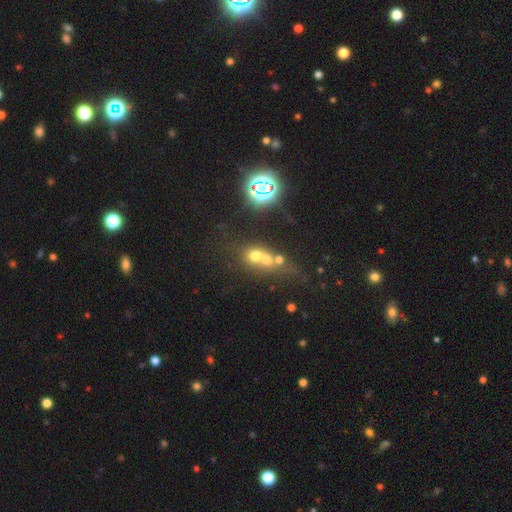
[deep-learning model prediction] smooth_or_featured: smooth (p=0.52) [alt: star or artifact p=0.24]
how_rounded: round (p=0.70) [alt: in between p=0.28]
merging: merger (p=0.63) [alt: none p=0.26]